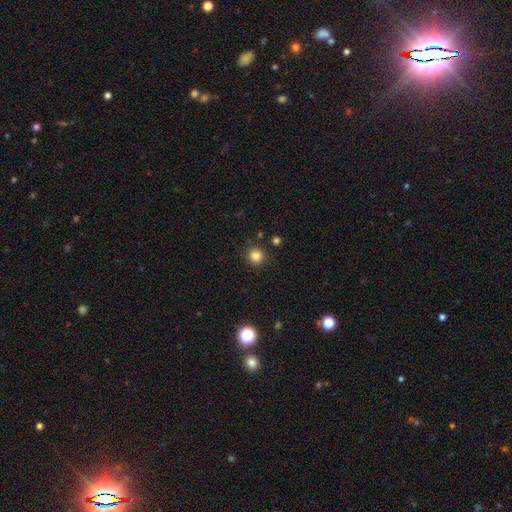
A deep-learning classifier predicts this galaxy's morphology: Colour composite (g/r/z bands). It shows a smooth galaxy with no disk features (83%) that is round (93%). Merging: none (88%).